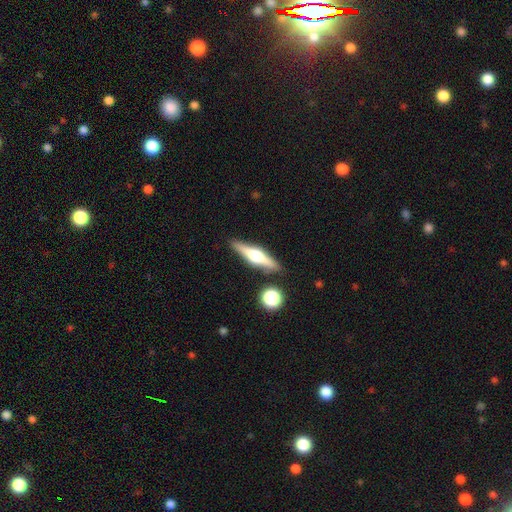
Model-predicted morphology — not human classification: This is likely a featured or disk galaxy (68%). It is clearly viewed edge-on (97%). Edge-on bulge: clearly rounded (94%). Merging: clearly none (87%).